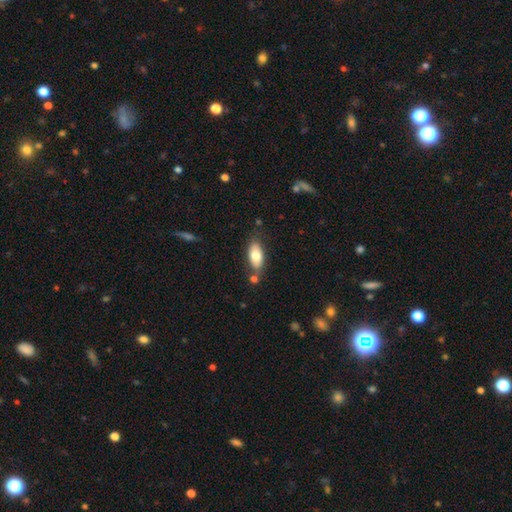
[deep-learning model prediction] Smooth or featured? Predicted: smooth (p=0.76). How rounded? Predicted: in between (p=0.89). Merging? Predicted: none (p=0.70).